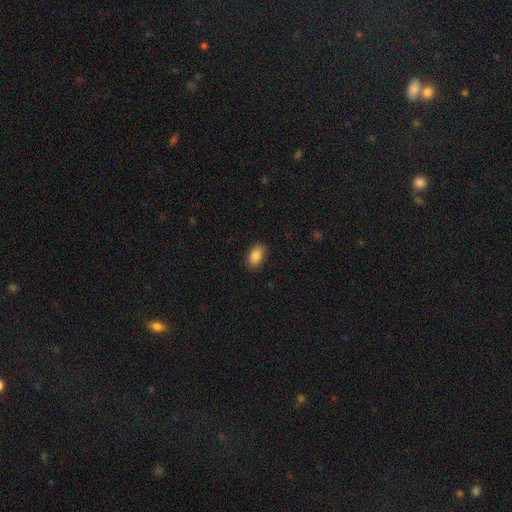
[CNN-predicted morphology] Overall: smooth (86%). How rounded: in between (92%). Merging: none (89%).